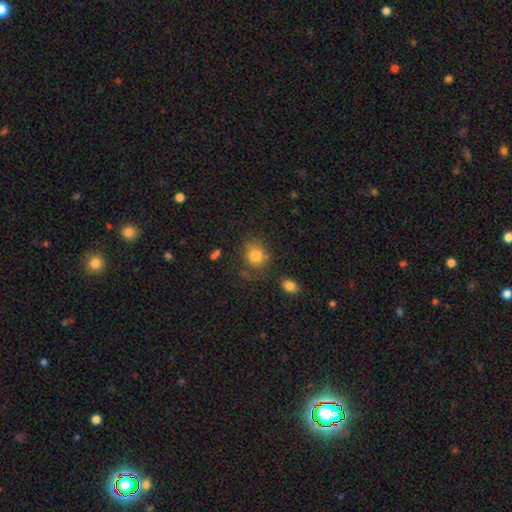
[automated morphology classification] Overall: smooth (82%). How rounded: round (69%; in between 30%). Merging: none (68%).